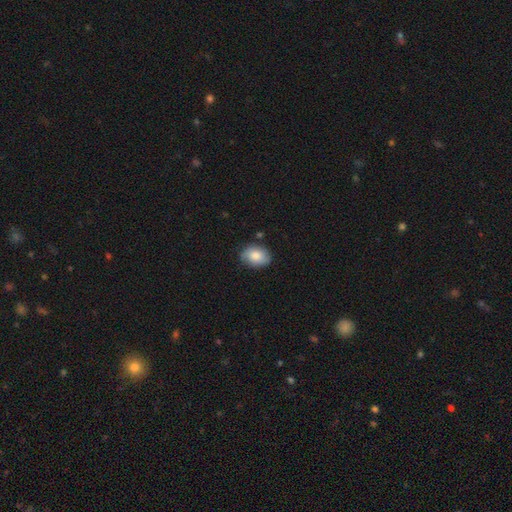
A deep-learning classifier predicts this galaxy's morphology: Smooth or featured: smooth — 78% (featured or disk — 15%)
How rounded: in between — 67% (round — 32%)
Merging: none — 74% (minor disturbance — 20%)